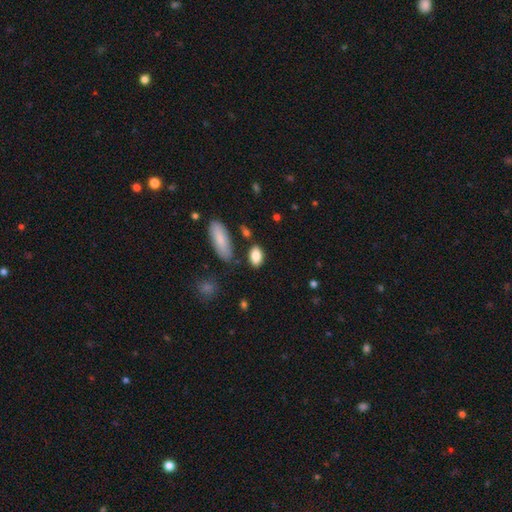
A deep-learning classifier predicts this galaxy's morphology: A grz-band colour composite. It shows a smooth galaxy with no disk features (85%) that is in between round and cigar-shaped (89%). Merging: none (77%).